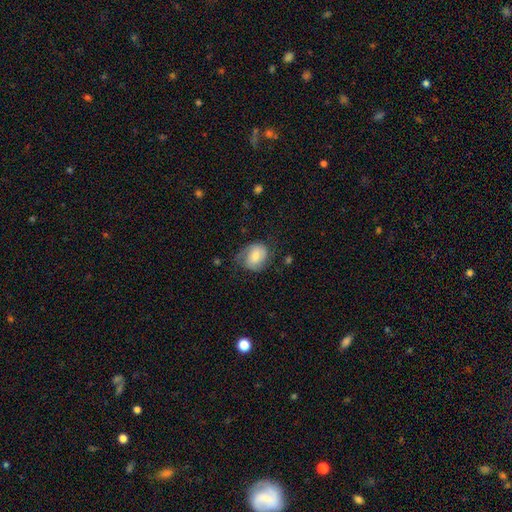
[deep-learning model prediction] Smooth or featured? Predicted: smooth (p=0.57). How rounded? Predicted: in between (p=0.52). Merging? Predicted: none (p=0.51).